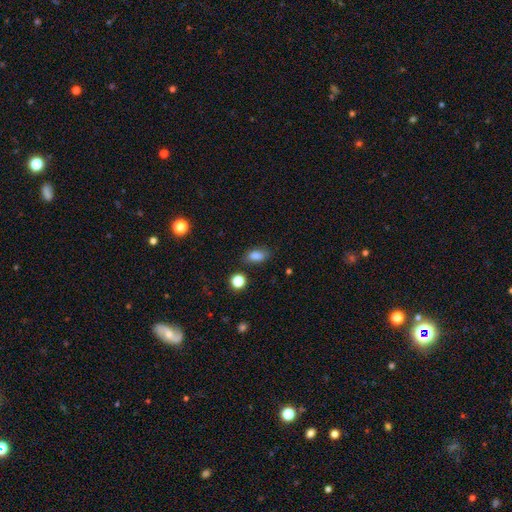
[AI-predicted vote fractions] Morphology: type=smooth (83%); roundness=in between (85%); merging=none (77%).